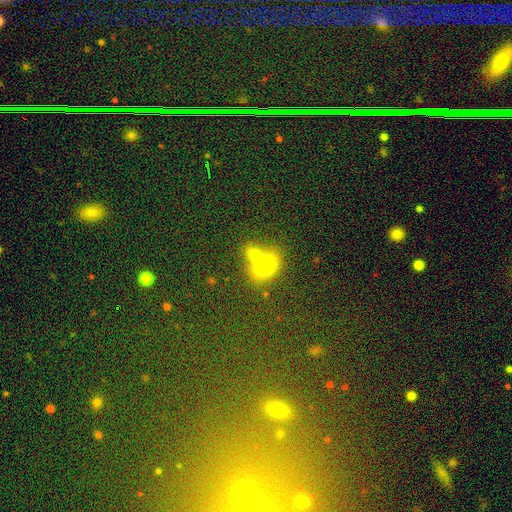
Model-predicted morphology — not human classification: Q: Smooth or featured?
A: smooth (70%); runner-up: featured or disk (15%)
Q: How rounded?
A: in between (71%); runner-up: round (27%)
Q: Merging?
A: merger (64%); runner-up: none (26%)